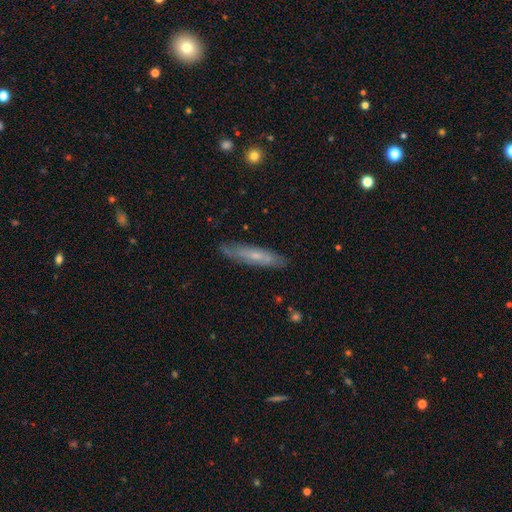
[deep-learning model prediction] Smooth or featured? Predicted: featured or disk (p=0.48). Merging? Predicted: none (p=0.83).